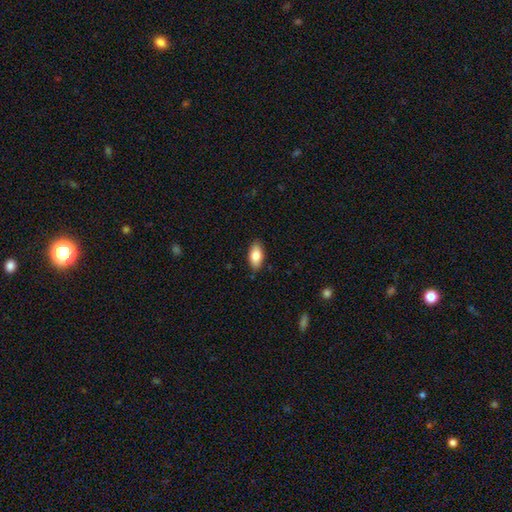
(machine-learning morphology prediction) Overall: smooth (83%). How rounded: in between (91%). Merging: none (86%).